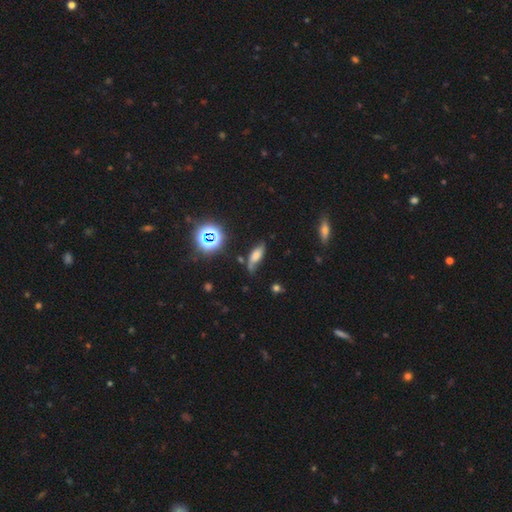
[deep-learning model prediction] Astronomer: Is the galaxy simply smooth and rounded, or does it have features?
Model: smooth — 53% (runner-up: featured or disk, 28%).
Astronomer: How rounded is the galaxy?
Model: in between — 67%.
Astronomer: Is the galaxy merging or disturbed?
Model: none — 54%.